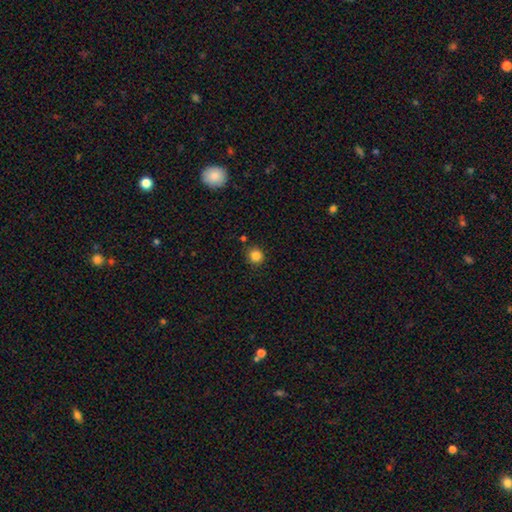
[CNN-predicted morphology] Smooth or featured? Predicted: smooth (p=0.85). How rounded? Predicted: round (p=0.91). Merging? Predicted: none (p=0.86).